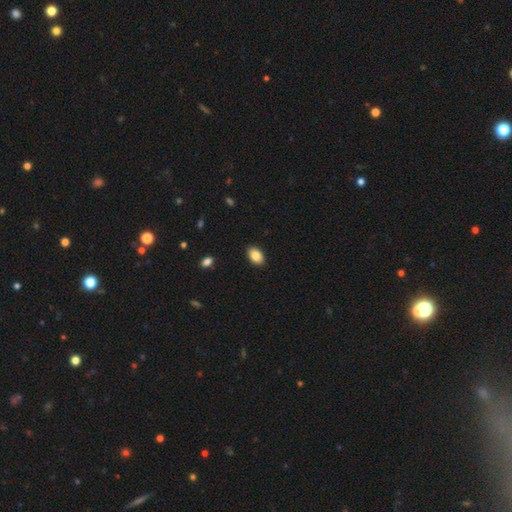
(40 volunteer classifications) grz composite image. It shows a smooth galaxy with no disk features (82%) that is in between round and cigar-shaped (97%). Merging: none (89%).